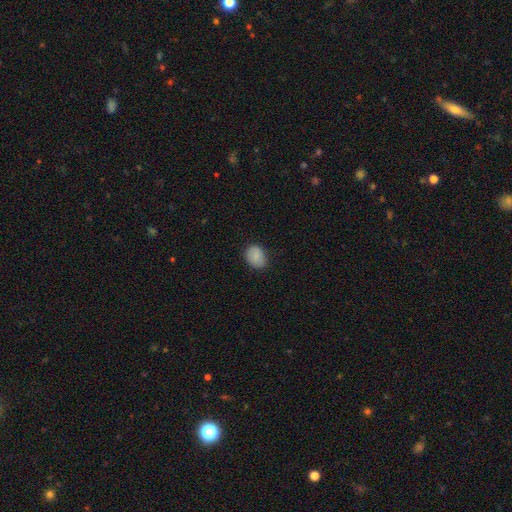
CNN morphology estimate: smooth_or_featured: smooth (p=0.86) [alt: star or artifact p=0.08]
how_rounded: in between (p=0.60) [alt: round p=0.39]
merging: none (p=0.80) [alt: minor disturbance p=0.16]